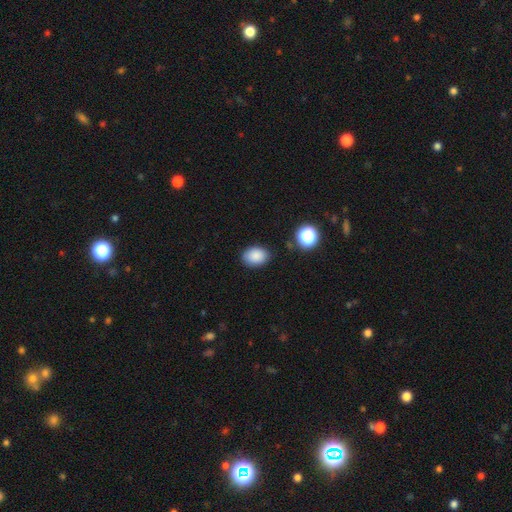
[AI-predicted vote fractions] smooth 86%, star or artifact 9%, featured or disk 5%. Down the decision tree: how rounded — in between (76%); merging — none (84%).